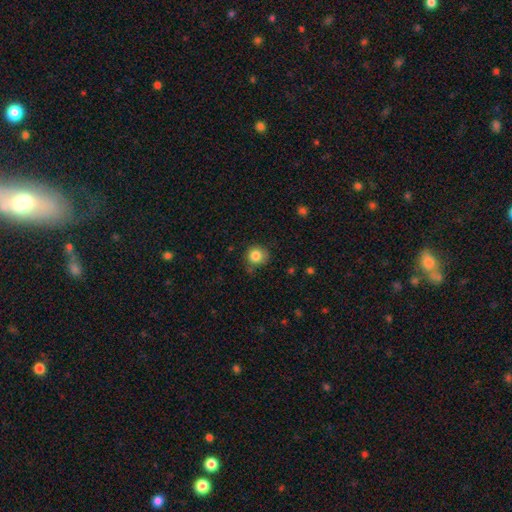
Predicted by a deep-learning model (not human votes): smooth_or_featured: smooth (p=0.83) [alt: star or artifact p=0.11]
how_rounded: round (p=0.89) [alt: in between p=0.10]
merging: none (p=0.71) [alt: minor disturbance p=0.21]